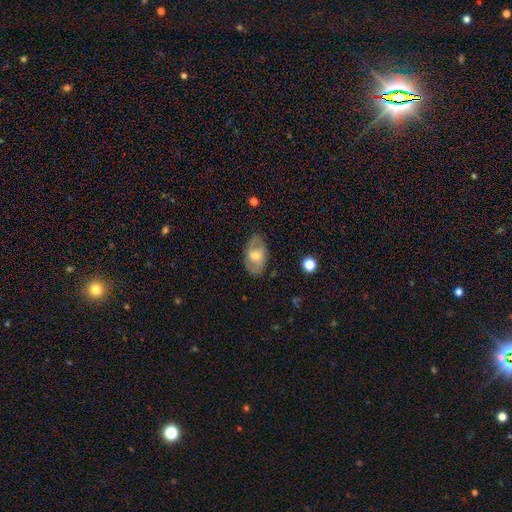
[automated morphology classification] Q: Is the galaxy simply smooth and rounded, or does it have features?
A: featured or disk — 51%.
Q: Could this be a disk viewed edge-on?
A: no — 92%.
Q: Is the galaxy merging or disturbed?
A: none — 78%.